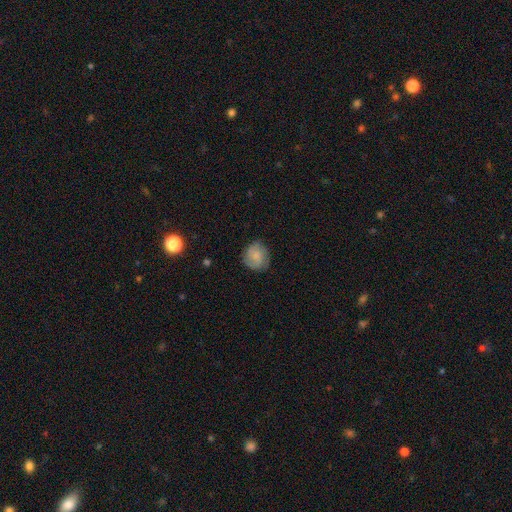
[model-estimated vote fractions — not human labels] Smooth or featured? smooth (67%)
How rounded? round (80%)
Merging? none (76%)